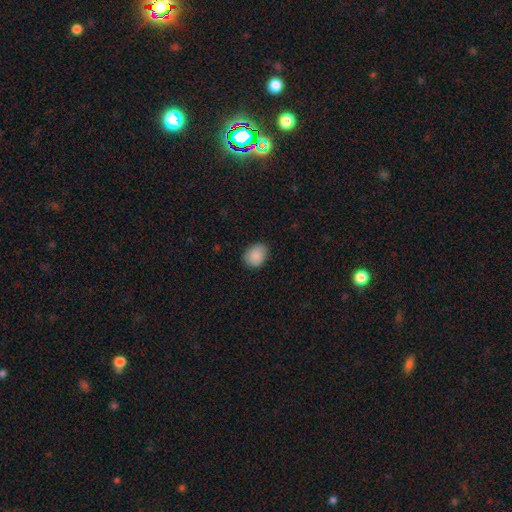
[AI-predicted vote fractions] smooth_or_featured: smooth (p=0.89) [alt: star or artifact p=0.07]
how_rounded: in between (p=0.51) [alt: round p=0.49]
merging: none (p=0.82) [alt: minor disturbance p=0.14]